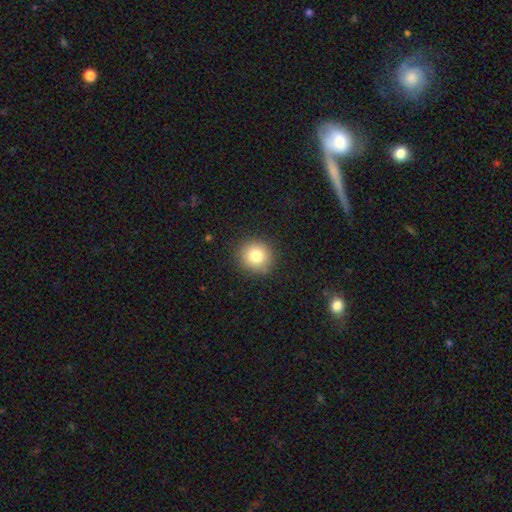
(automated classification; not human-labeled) Smooth or featured? Predicted: smooth (p=0.81). How rounded? Predicted: round (p=0.90). Merging? Predicted: none (p=0.89).